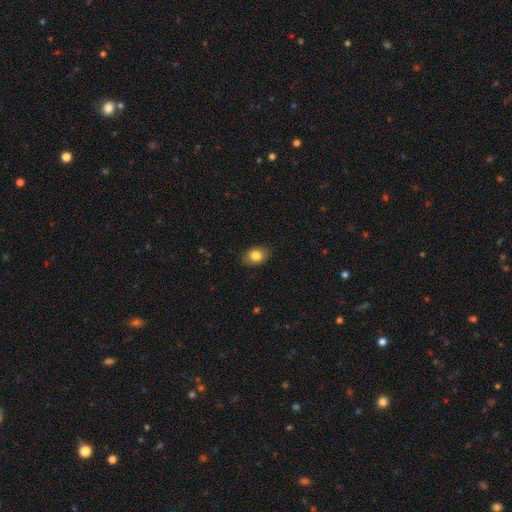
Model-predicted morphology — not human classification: Smooth or featured: smooth — 83% (star or artifact — 9%)
How rounded: in between — 76% (round — 22%)
Merging: none — 86% (minor disturbance — 11%)